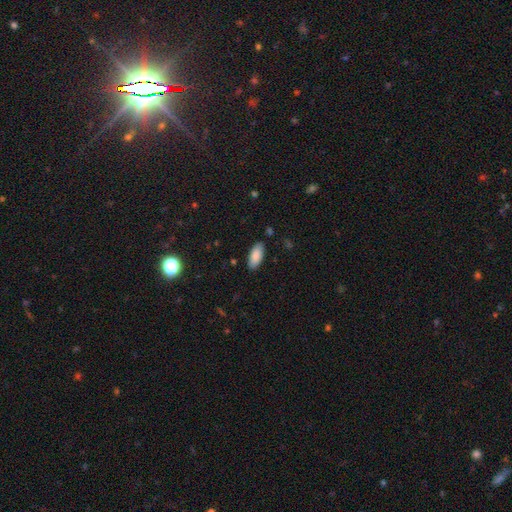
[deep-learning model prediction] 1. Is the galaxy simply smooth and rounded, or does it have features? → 88% smooth, 6% star or artifact, 5% featured or disk.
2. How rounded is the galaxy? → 87% in between, 12% cigar-shaped, 2% round.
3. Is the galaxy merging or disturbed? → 86% none, 10% minor disturbance, 2% major disturbance, 1% merger.